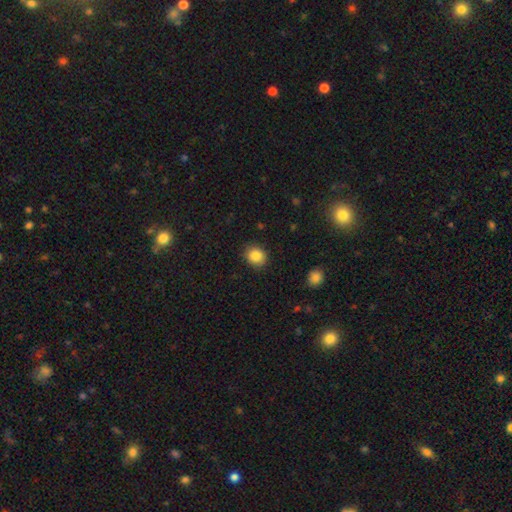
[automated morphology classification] This is clearly a smooth galaxy (87%). How rounded: likely round (72%). Merging: clearly none (88%).